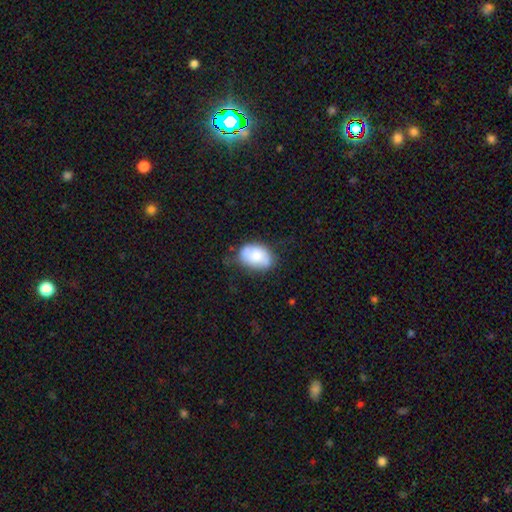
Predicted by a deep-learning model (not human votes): Smooth or featured? Predicted: smooth (p=0.70). How rounded? Predicted: in between (p=0.84). Merging? Predicted: none (p=0.58).